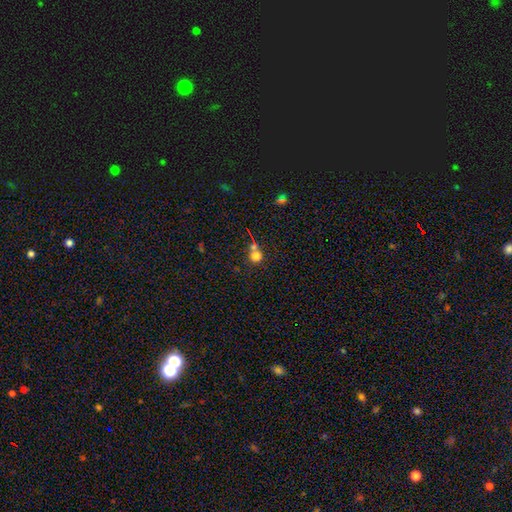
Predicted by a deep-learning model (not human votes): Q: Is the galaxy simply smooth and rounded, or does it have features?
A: smooth — 77%.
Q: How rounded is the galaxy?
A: round — 87%.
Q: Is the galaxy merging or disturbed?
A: merger — 44%, tied with none.